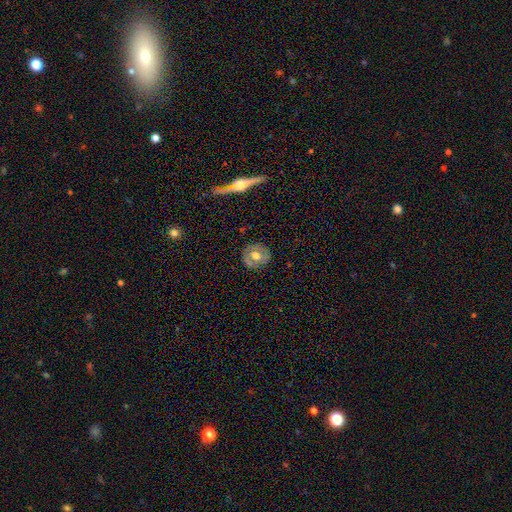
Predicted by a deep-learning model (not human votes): Q: Smooth or featured?
A: smooth (47%); runner-up: featured or disk (45%)
Q: Merging?
A: none (85%); runner-up: minor disturbance (11%)